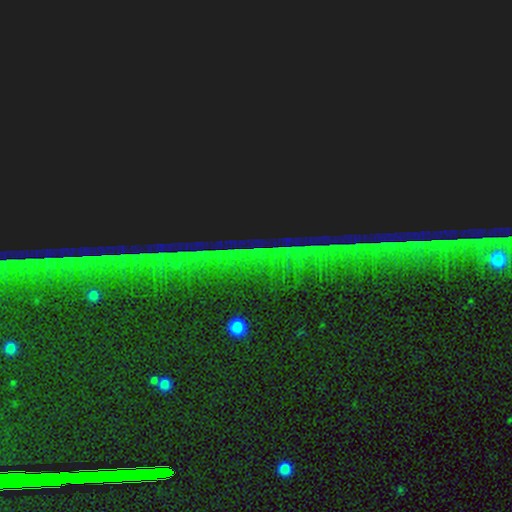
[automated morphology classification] star or artifact 88%, featured or disk 7%, smooth 5%.